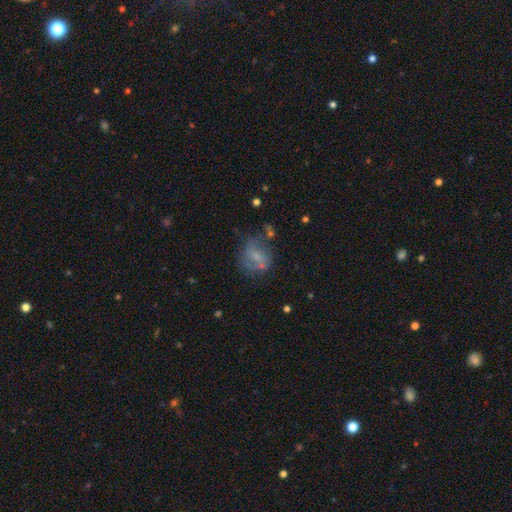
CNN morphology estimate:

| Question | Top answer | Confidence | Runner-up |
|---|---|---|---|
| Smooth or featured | smooth | 56% | featured or disk (32%) |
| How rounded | round | 56% | in between (42%) |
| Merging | none | 47% | minor disturbance (23%) |